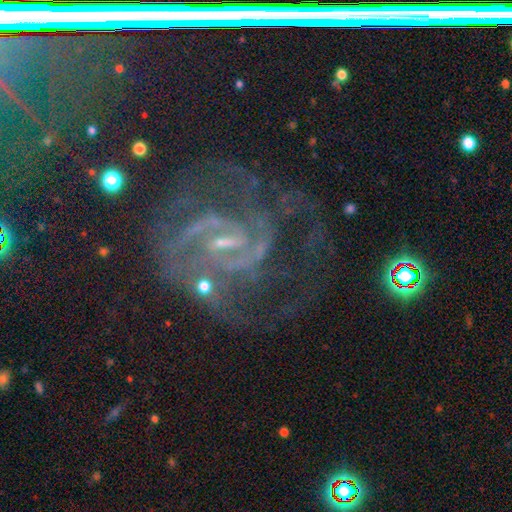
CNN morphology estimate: smooth-or-featured: featured or disk: 87% | star or artifact: 8% | smooth: 4%
  disk-edge-on: no: 98% | yes: 2%
    bar: weak: 52% | strong: 29% | no: 20%
    has-spiral-arms: yes: 96% | no: 4%
      spiral-winding: medium: 51% | tight: 36% | loose: 13%
      spiral-arm-count: 2: 48% | 3: 17% | can't tell: 16% | 4: 7% | 1: 6% | more than 4: 6%
    bulge-size: small: 65% | none: 18% | moderate: 15% | large: 1% | dominant: 1%
  merging: none: 52% | major disturbance: 25% | minor disturbance: 18% | merger: 5%